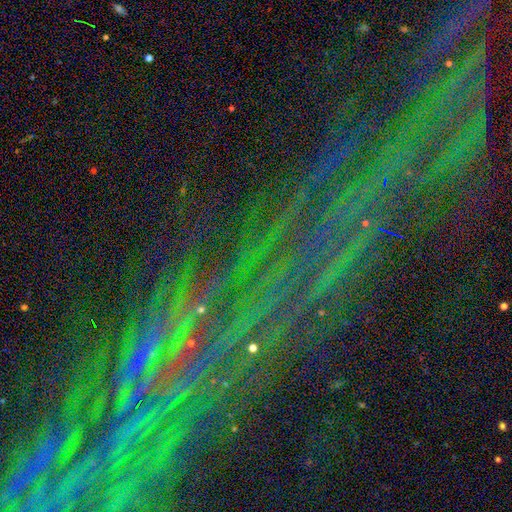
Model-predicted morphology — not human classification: A star or artifact, not a galaxy (81%).

Vote fractions:
- Smooth or featured? star or artifact: 81% / featured or disk: 11% / smooth: 8%